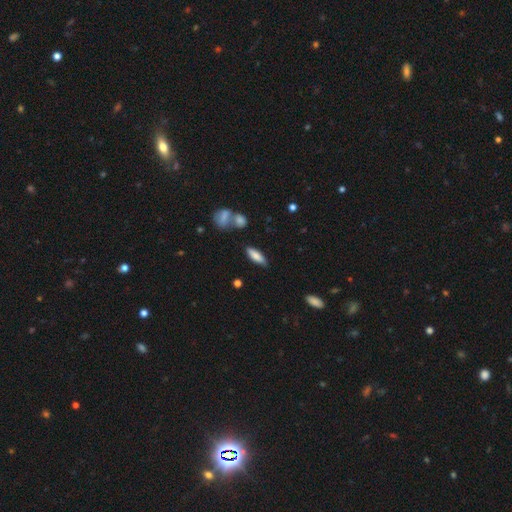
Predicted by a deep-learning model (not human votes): Morphology: type=smooth (80%); roundness=in between (57%); merging=none (82%).